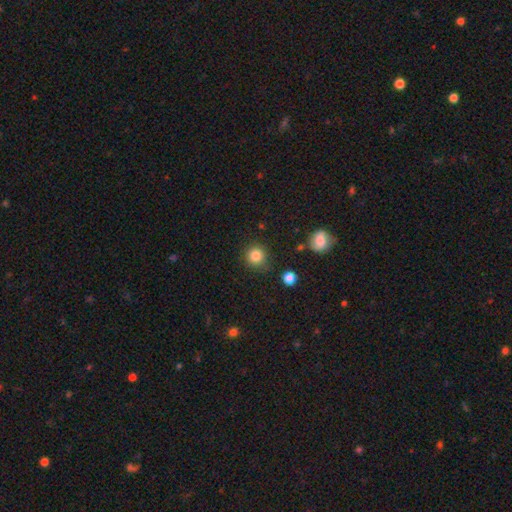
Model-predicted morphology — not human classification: type=smooth (85%); roundness=round (92%); merging=none (84%).